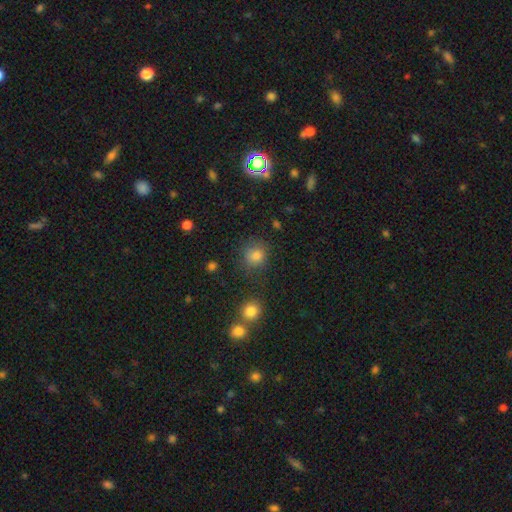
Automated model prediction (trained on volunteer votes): A smooth galaxy with no disk features (78%) that is round (89%). Merging: none (81%).